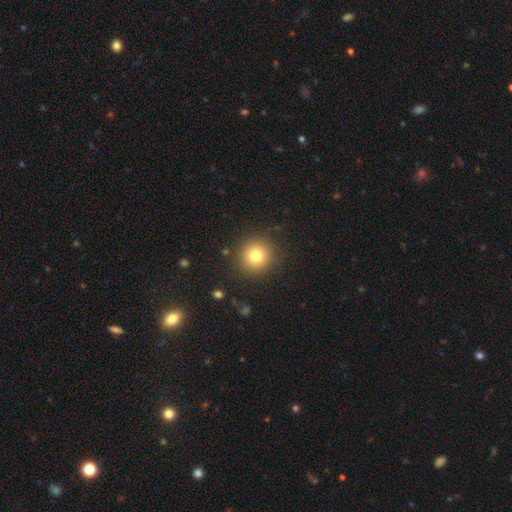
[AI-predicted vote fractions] A smooth galaxy with no disk features (78%) that is round (94%).

Vote fractions:
- Smooth or featured? smooth: 78% / star or artifact: 13% / featured or disk: 9%
- How rounded? round: 94% / in between: 5% / cigar-shaped: 1%
- Merging? none: 89% / minor disturbance: 7% / major disturbance: 3% / merger: 1%